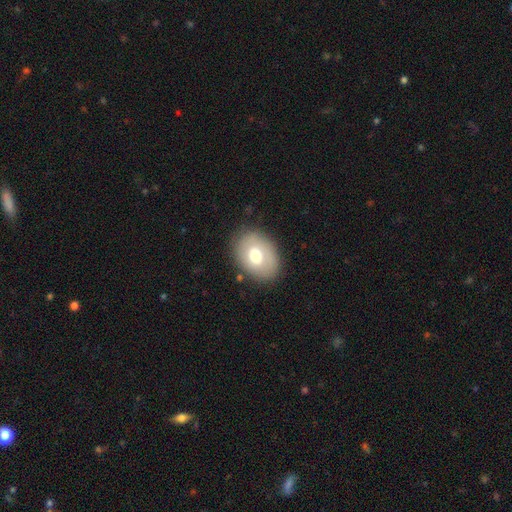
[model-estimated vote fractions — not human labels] Morphology: type=smooth (68%); roundness=in between (71%); merging=none (82%).